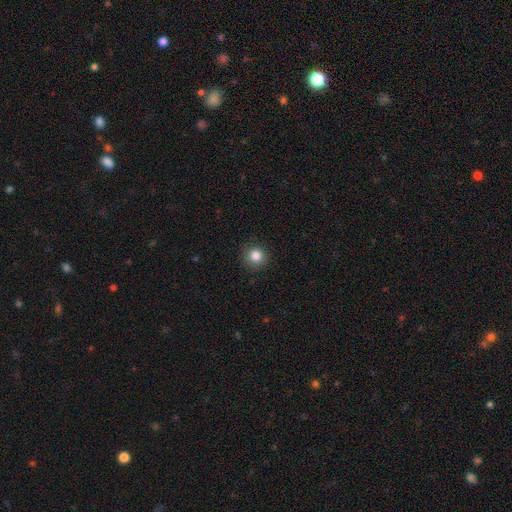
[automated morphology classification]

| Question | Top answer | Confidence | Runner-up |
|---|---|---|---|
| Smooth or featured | smooth | 84% | star or artifact (11%) |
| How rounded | round | 93% | in between (6%) |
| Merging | none | 90% | minor disturbance (6%) |